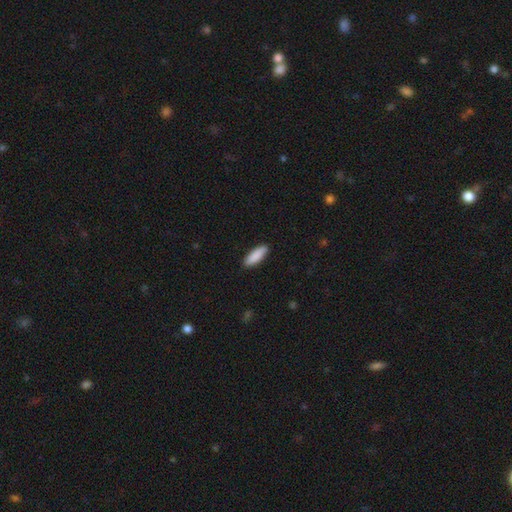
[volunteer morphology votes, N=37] Q: Smooth or featured?
A: smooth (100%)
Q: How rounded?
A: in between (62%); runner-up: cigar-shaped (38%)
Q: Merging?
A: none (89%); runner-up: minor disturbance (11%)